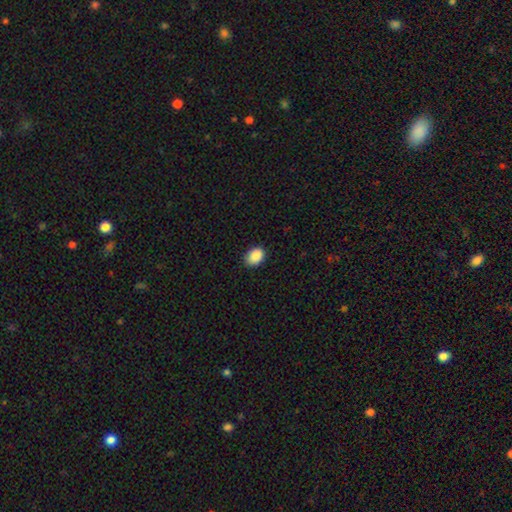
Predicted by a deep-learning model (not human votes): A smooth galaxy with no disk features (89%) that is in between round and cigar-shaped (72%). Merging: none (84%).